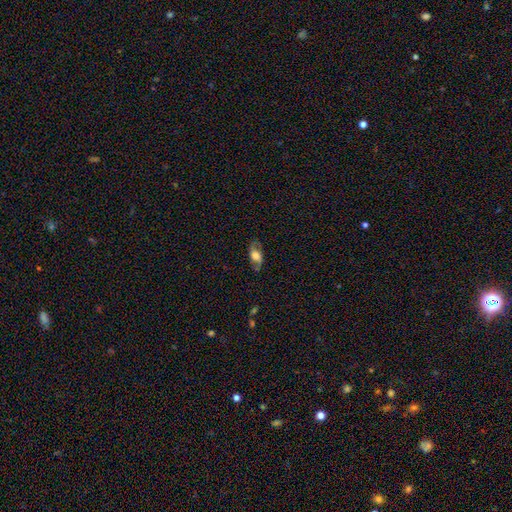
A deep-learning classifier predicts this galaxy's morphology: Smooth or featured? featured or disk (47%)
Merging? none (70%)